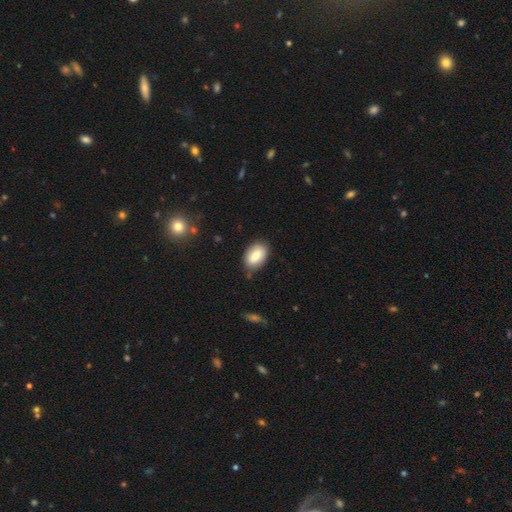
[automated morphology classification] This is clearly a smooth galaxy (83%). How rounded: clearly in between (92%). Merging: likely none (80%).